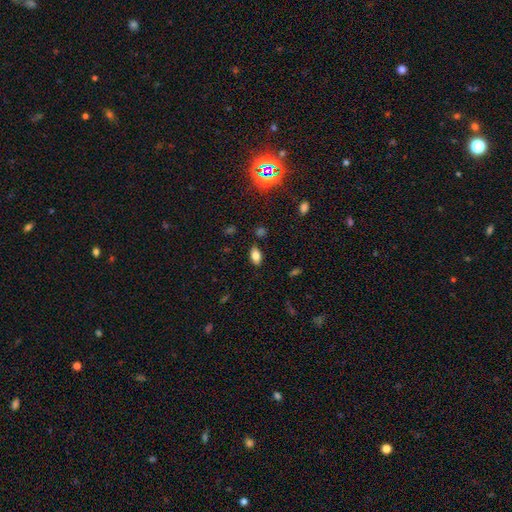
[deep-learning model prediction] A smooth galaxy with no disk features (79%) that is in between round and cigar-shaped (90%). Merging: none (84%).